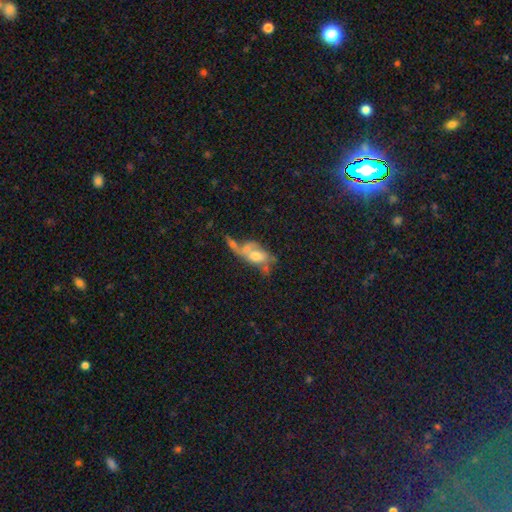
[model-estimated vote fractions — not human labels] A featured or disk galaxy (46%).

Vote fractions:
- Smooth or featured? featured or disk: 46% / smooth: 42% / star or artifact: 12%
- Merging? merger: 49% / major disturbance: 20% / none: 18% / minor disturbance: 13%